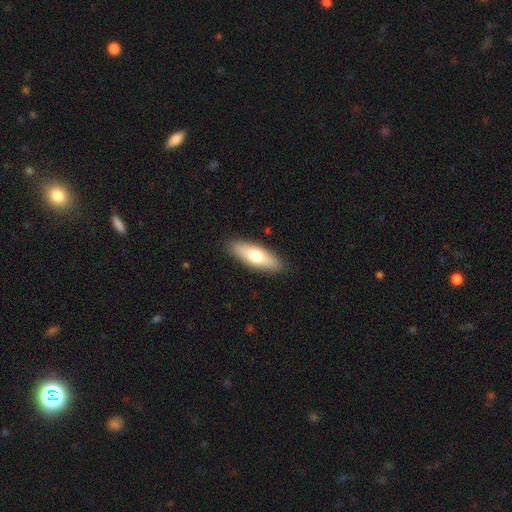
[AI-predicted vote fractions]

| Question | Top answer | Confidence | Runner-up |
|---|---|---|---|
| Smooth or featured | smooth | 66% | featured or disk (29%) |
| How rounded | in between | 57% | cigar-shaped (41%) |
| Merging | none | 89% | minor disturbance (8%) |